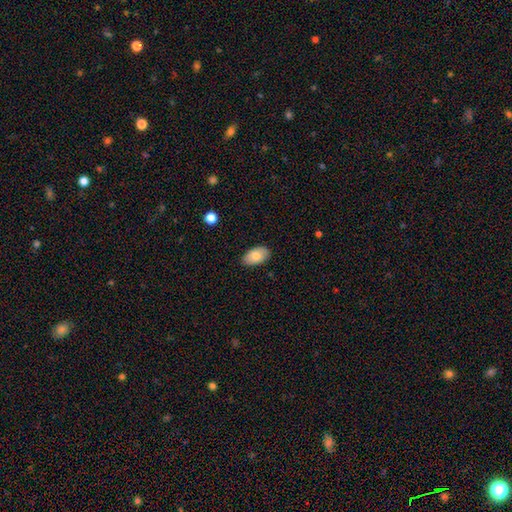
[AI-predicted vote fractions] Smooth or featured? smooth (81%)
How rounded? in between (94%)
Merging? none (84%)